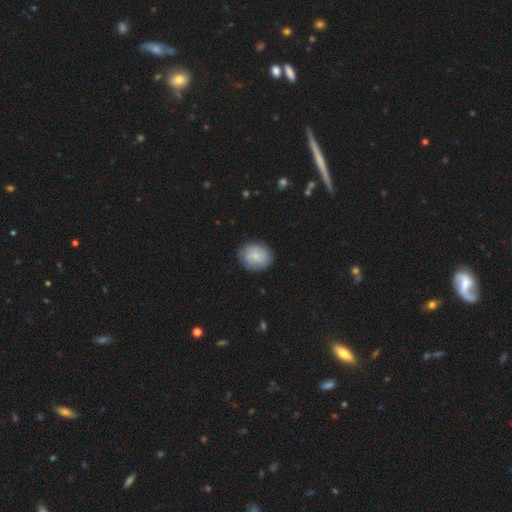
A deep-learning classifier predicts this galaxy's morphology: Smooth or featured? Predicted: smooth (p=0.56). How rounded? Predicted: round (p=0.59). Merging? Predicted: none (p=0.83).